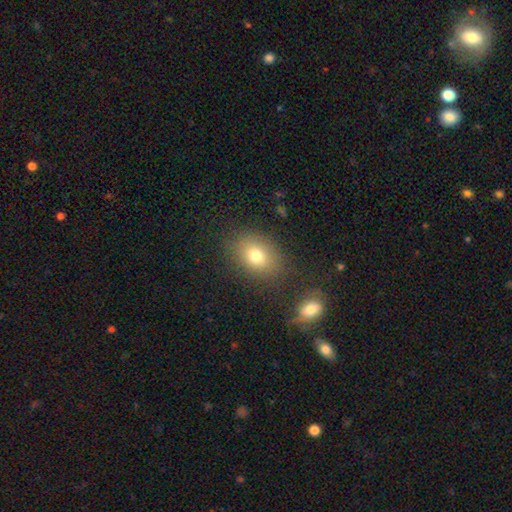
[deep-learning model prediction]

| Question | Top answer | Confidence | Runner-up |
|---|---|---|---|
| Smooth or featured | smooth | 75% | star or artifact (13%) |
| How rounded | in between | 64% | round (35%) |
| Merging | none | 81% | minor disturbance (11%) |